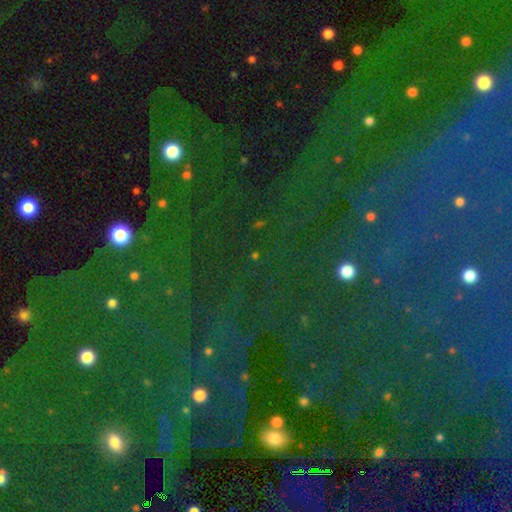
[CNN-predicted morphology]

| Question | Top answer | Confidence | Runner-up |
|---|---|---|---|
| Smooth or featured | star or artifact | 72% | smooth (19%) |